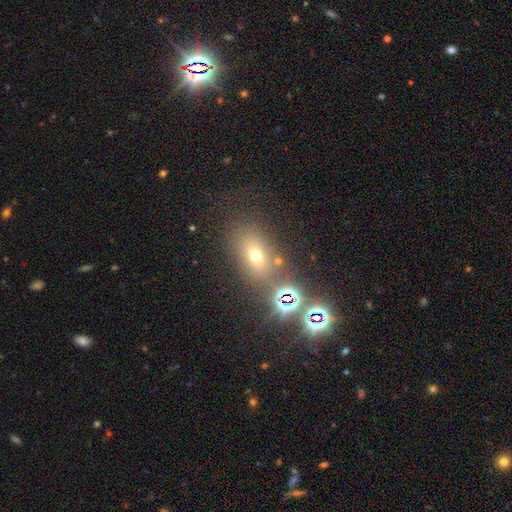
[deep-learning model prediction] Smooth or featured? smooth (55%)
How rounded? in between (70%)
Merging? none (70%)